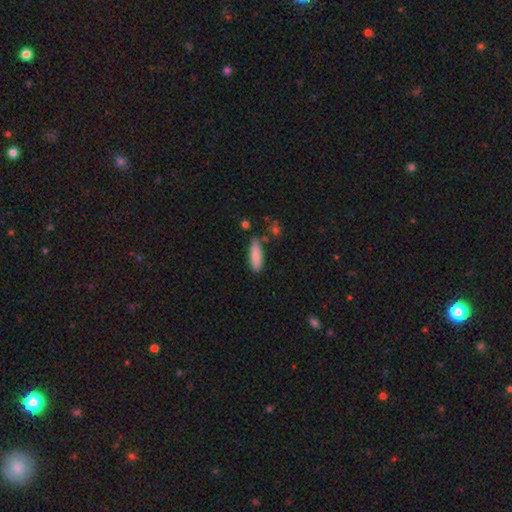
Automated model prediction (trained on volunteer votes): smooth 86%, featured or disk 8%, star or artifact 6%. Down the decision tree: how rounded — in between (50%); merging — none (78%).